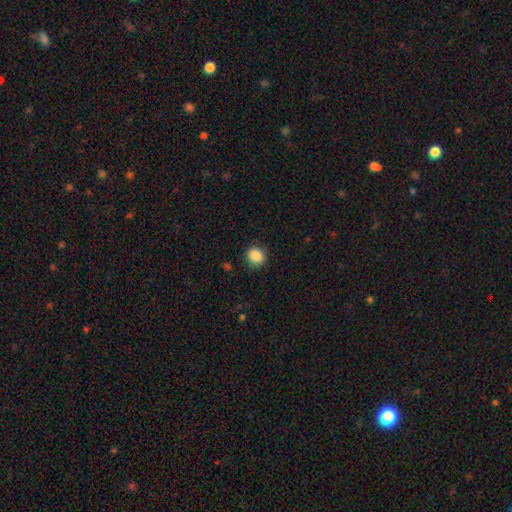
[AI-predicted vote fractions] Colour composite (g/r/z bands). It shows a smooth galaxy with no disk features (88%) that is round (72%). Merging: none (87%).